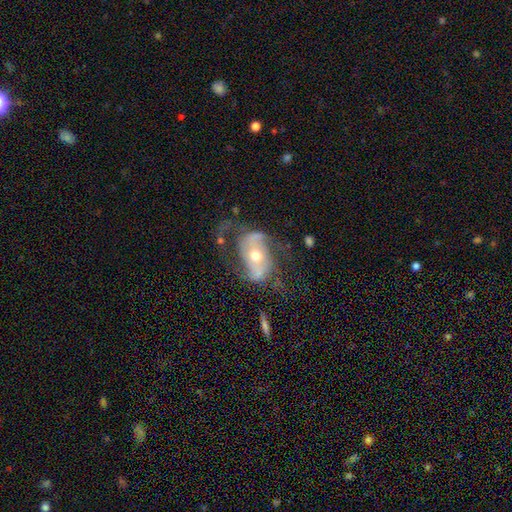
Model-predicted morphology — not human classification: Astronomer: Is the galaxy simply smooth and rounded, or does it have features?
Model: featured or disk — 82%.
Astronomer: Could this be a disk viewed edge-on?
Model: no — 95%.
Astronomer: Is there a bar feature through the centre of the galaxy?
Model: no — 43% (runner-up: weak, 31%).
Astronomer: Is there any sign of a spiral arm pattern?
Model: yes — 88%.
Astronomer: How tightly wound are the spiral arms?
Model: loose — 46% (runner-up: medium, 40%).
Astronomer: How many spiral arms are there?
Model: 2 — 84%.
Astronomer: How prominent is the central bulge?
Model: moderate — 67%.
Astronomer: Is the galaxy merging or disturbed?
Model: none — 53%.